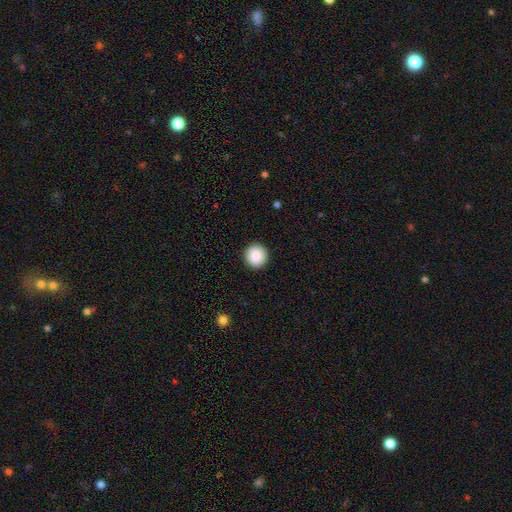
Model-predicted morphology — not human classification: This appears to be a smooth galaxy with no disk features (89%) that is round (96%). Merging: none (93%).